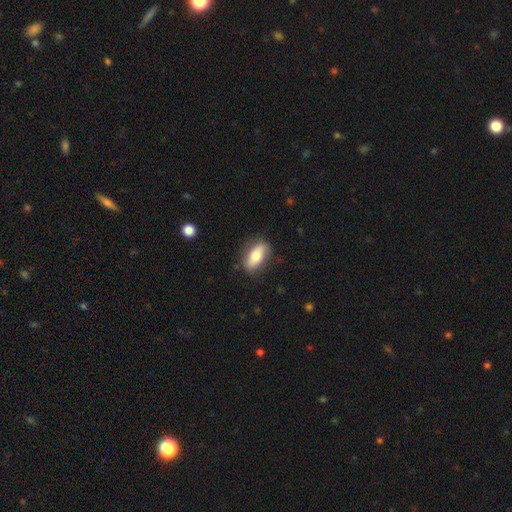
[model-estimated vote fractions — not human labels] This is likely a smooth galaxy (70%). How rounded: clearly in between (81%). Merging: likely none (80%).